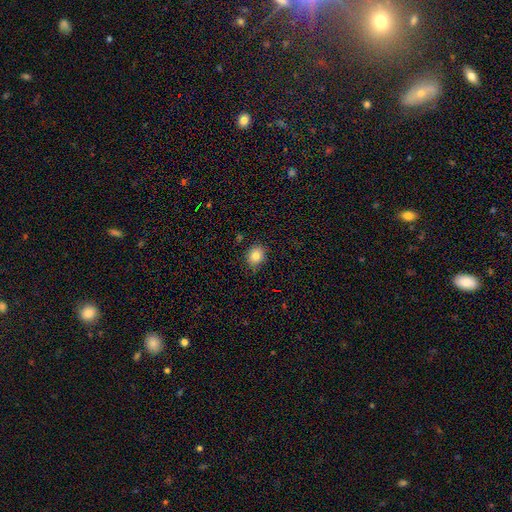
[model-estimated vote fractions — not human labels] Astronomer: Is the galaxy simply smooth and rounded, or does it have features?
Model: smooth — 83%.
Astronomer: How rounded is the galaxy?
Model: round — 63%.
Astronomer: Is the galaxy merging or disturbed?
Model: none — 86%.